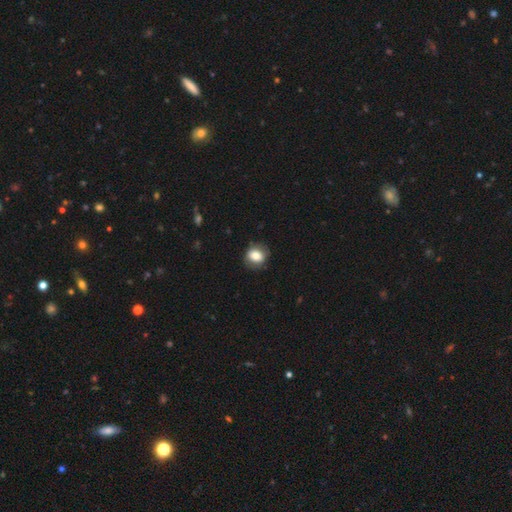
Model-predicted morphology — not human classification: A smooth galaxy with no disk features (77%) that is round (64%). Merging: none (82%).